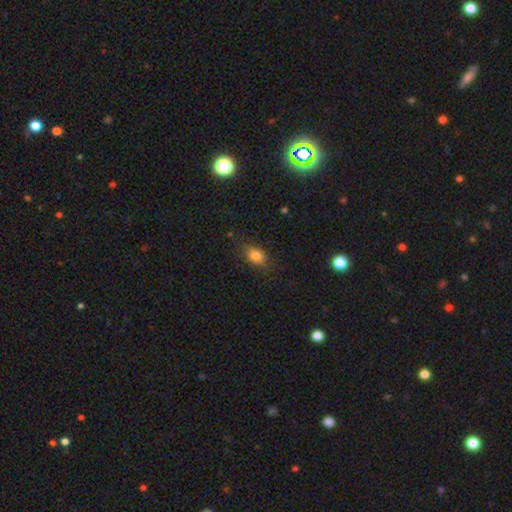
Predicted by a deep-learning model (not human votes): smooth 82%, star or artifact 11%, featured or disk 7%. Down the decision tree: how rounded — in between (70%); merging — none (80%).